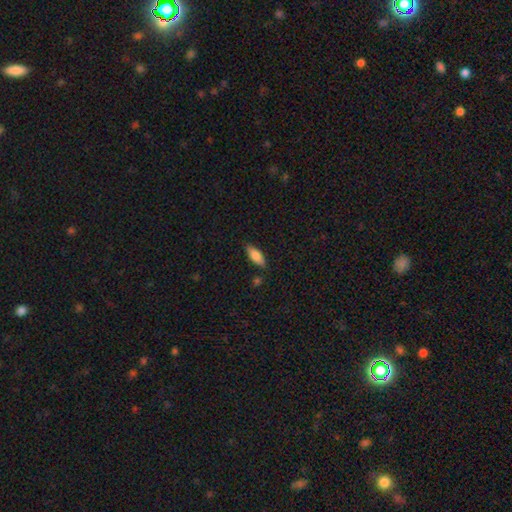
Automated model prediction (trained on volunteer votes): Smooth or featured? smooth (79%)
How rounded? in between (69%)
Merging? none (82%)